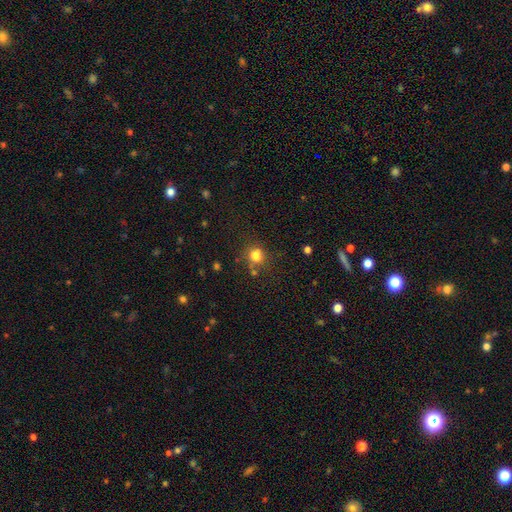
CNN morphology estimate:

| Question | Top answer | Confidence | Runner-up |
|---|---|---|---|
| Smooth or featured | smooth | 79% | star or artifact (14%) |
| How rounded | round | 83% | in between (16%) |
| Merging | none | 70% | minor disturbance (14%) |